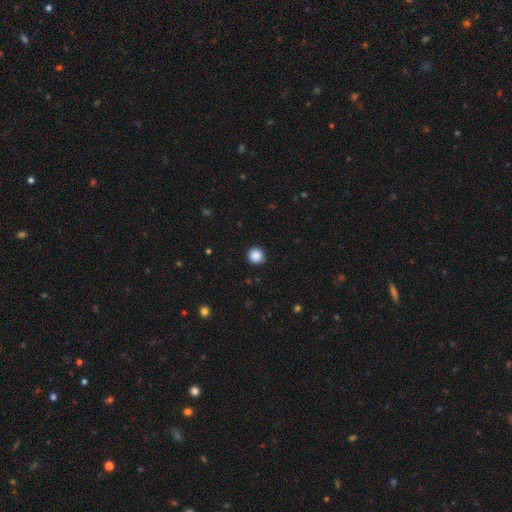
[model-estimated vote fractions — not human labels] This appears to be a smooth galaxy with no disk features (88%) that is round (94%). Merging: none (92%).